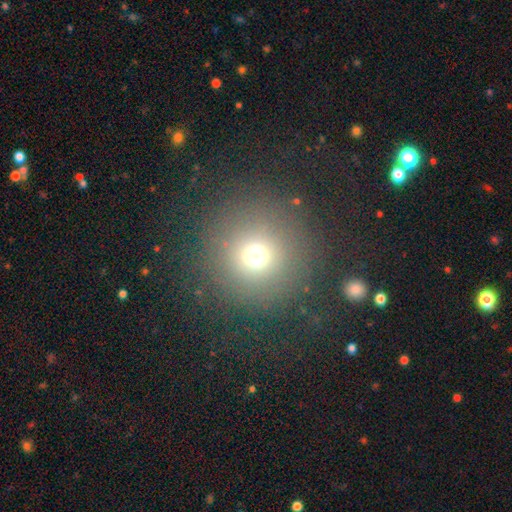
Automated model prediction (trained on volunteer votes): Smooth or featured? smooth (70%)
How rounded? round (95%)
Merging? none (85%)